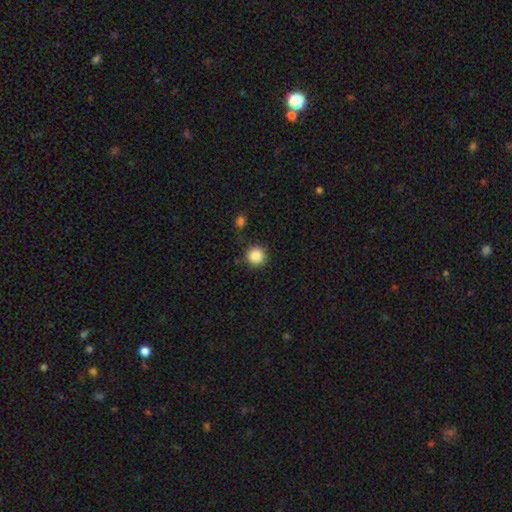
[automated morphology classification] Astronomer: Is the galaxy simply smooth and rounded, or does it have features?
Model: smooth — 86%.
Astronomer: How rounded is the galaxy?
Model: round — 95%.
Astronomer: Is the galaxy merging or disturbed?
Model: none — 87%.